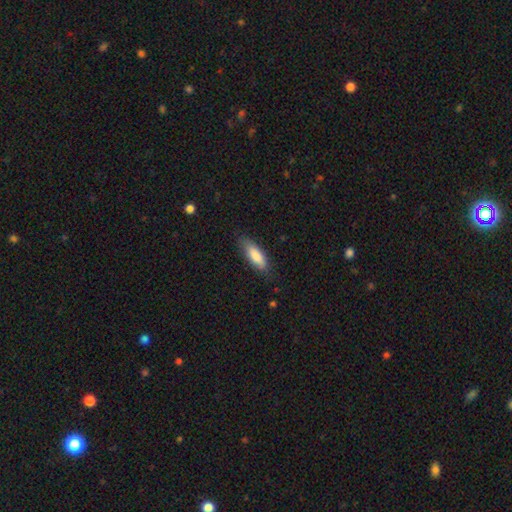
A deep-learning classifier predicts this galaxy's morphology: A smooth galaxy with no disk features (84%) that is in between round and cigar-shaped (64%).

Vote fractions:
- Smooth or featured? smooth: 84% / featured or disk: 10% / star or artifact: 6%
- How rounded? in between: 64% / cigar-shaped: 34% / round: 2%
- Merging? none: 78% / minor disturbance: 17% / major disturbance: 3% / merger: 1%